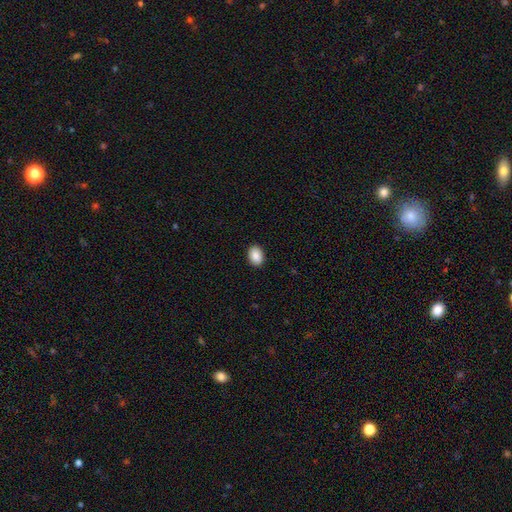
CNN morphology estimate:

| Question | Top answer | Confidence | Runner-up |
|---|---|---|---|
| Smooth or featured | smooth | 90% | star or artifact (7%) |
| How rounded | in between | 77% | round (21%) |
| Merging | none | 91% | minor disturbance (7%) |